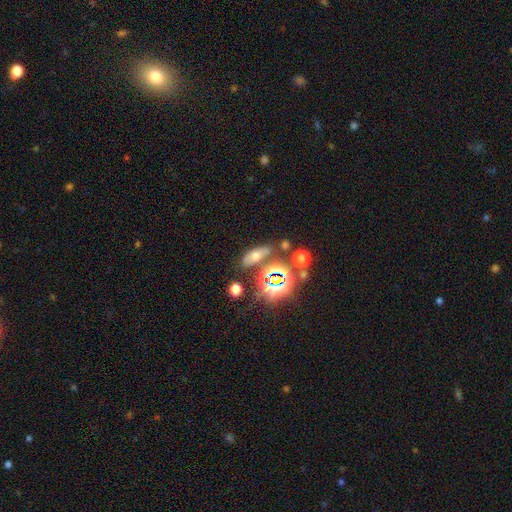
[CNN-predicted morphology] Overall: smooth (48%; star or artifact 31%). Merging: none (71%).